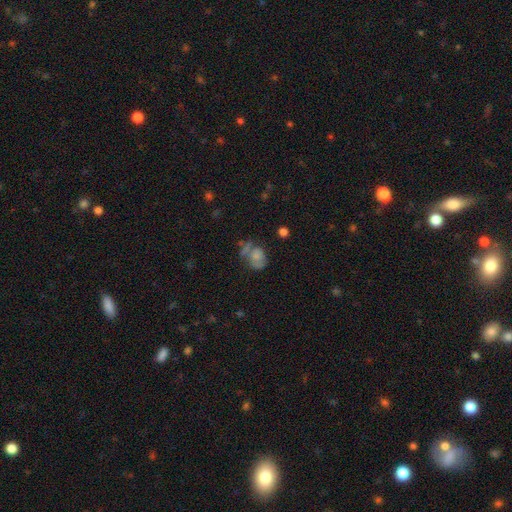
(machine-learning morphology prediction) A smooth galaxy with no disk features (58%) that is in between round and cigar-shaped (52%). Merging: none (36%).